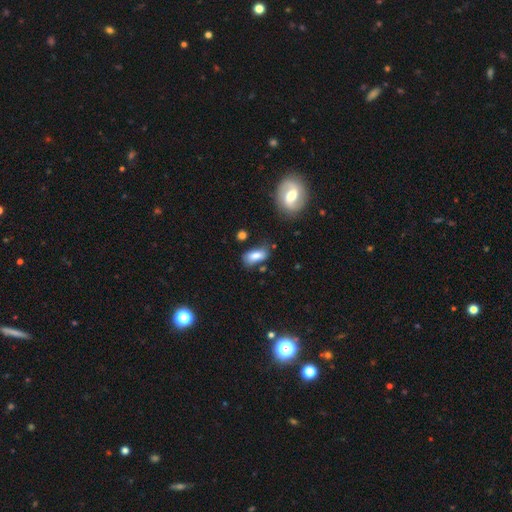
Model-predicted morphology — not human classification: Smooth or featured? smooth (79%)
How rounded? in between (87%)
Merging? none (60%)